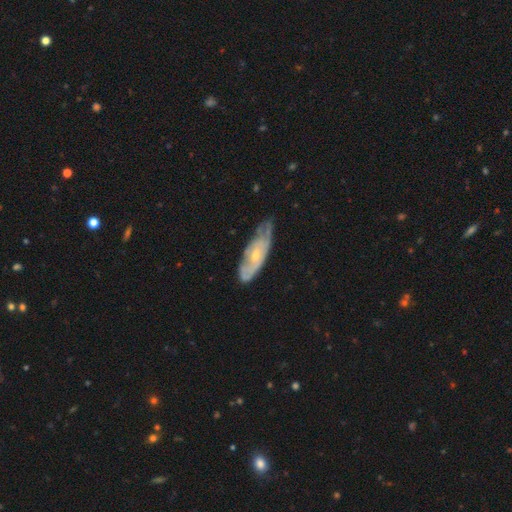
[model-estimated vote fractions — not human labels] Smooth or featured: featured or disk — 68% (smooth — 26%)
Edge-on disk: no — 82% (yes — 18%)
Bar: no — 75% (weak — 21%)
Spiral arms: yes — 73% (no — 27%)
Bulge size: small — 56% (moderate — 40%)
Merging: none — 52% (minor disturbance — 34%)